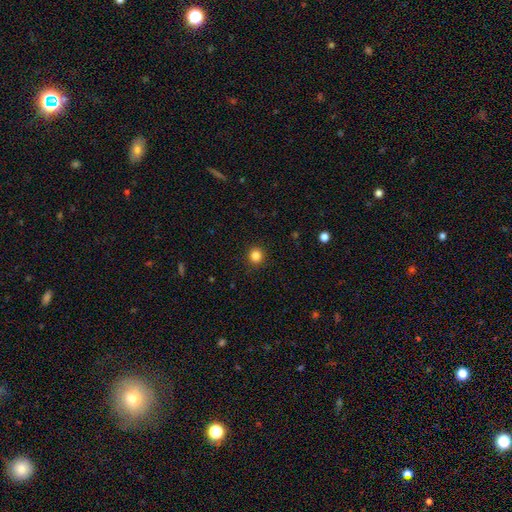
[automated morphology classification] Smooth or featured? Predicted: smooth (p=0.84). How rounded? Predicted: round (p=0.92). Merging? Predicted: none (p=0.91).